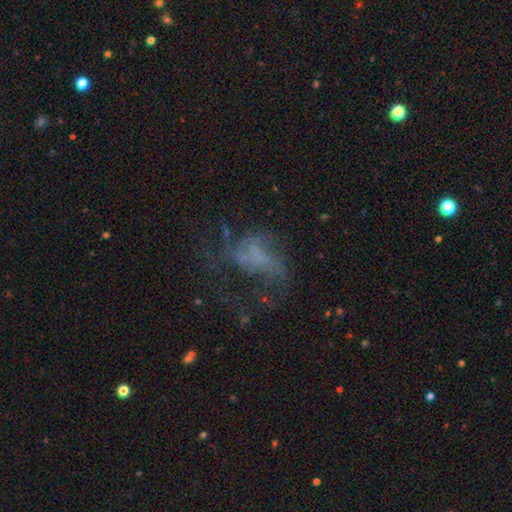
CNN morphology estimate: type=featured or disk (51%); edge-on=no (97%); merging=major disturbance (49%).